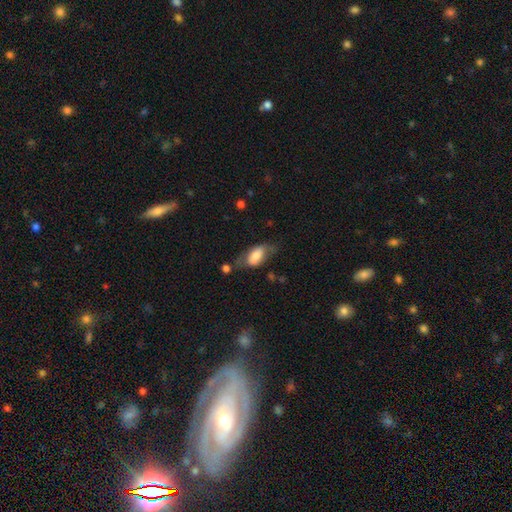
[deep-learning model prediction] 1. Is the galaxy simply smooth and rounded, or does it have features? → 64% smooth, 29% featured or disk, 7% star or artifact.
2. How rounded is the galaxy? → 90% in between, 5% cigar-shaped, 5% round.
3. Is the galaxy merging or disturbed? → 49% none, 28% minor disturbance, 17% major disturbance, 6% merger.